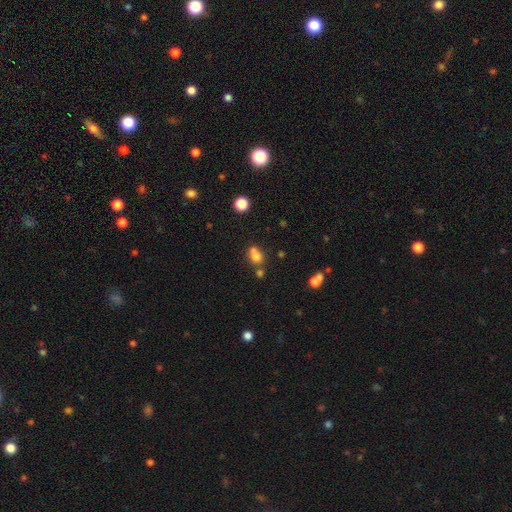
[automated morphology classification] smooth_or_featured: smooth (p=0.73) [alt: star or artifact p=0.15]
how_rounded: round (p=0.71) [alt: in between p=0.28]
merging: merger (p=0.46) [alt: none p=0.40]